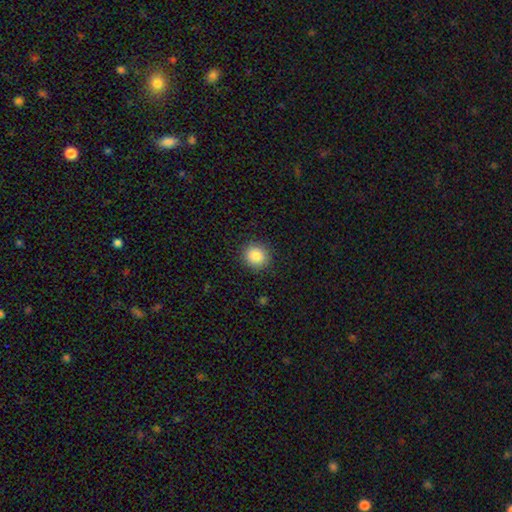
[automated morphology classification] Smooth or featured? Predicted: smooth (p=0.86). How rounded? Predicted: round (p=0.91). Merging? Predicted: none (p=0.90).